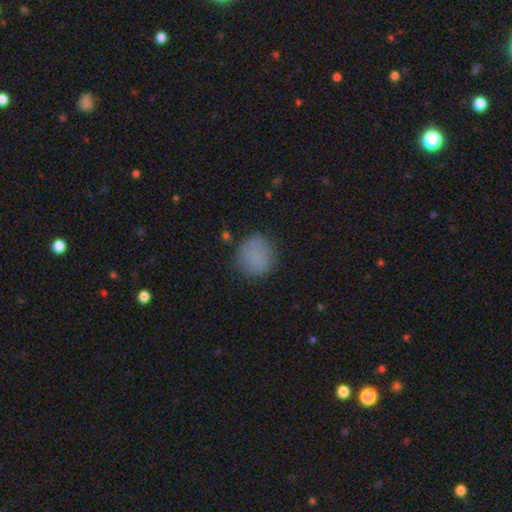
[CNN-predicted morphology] This appears to be a smooth galaxy with no disk features (82%) that is round (86%). Merging: none (78%).